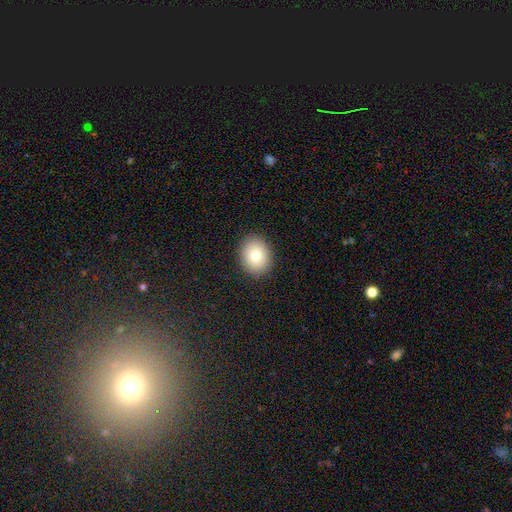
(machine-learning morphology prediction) This appears to be a smooth galaxy with no disk features (80%) that is round (60%). Merging: none (90%).